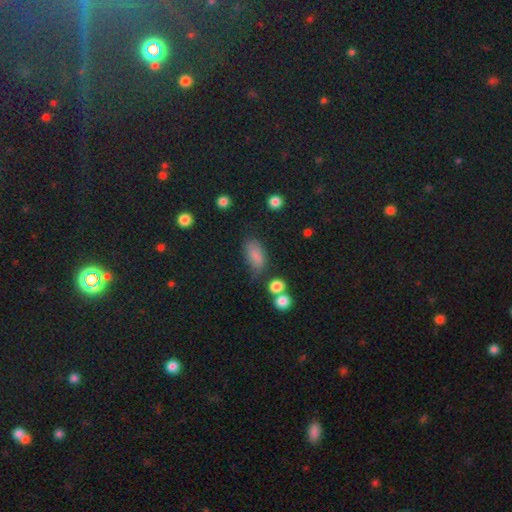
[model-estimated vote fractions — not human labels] The model was most divided on "merging": none: 48%, minor disturbance: 28%, major disturbance: 15%, merger: 9%. More confident: how rounded — in between (88%); smooth or featured — smooth (80%).